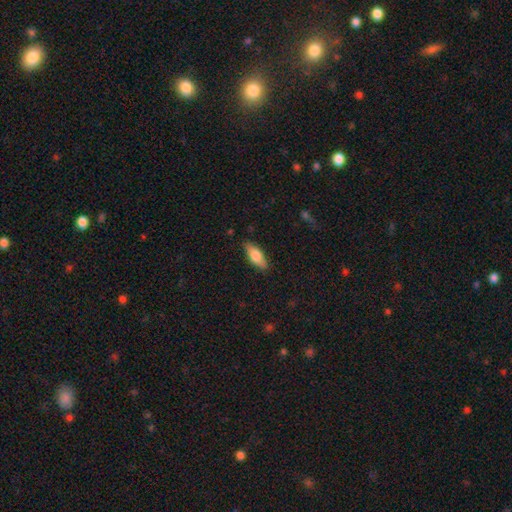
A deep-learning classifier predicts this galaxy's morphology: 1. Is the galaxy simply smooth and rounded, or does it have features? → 73% smooth, 21% featured or disk, 6% star or artifact.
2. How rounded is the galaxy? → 73% in between, 25% cigar-shaped, 2% round.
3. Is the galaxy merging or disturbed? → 84% none, 12% minor disturbance, 2% major disturbance, 1% merger.